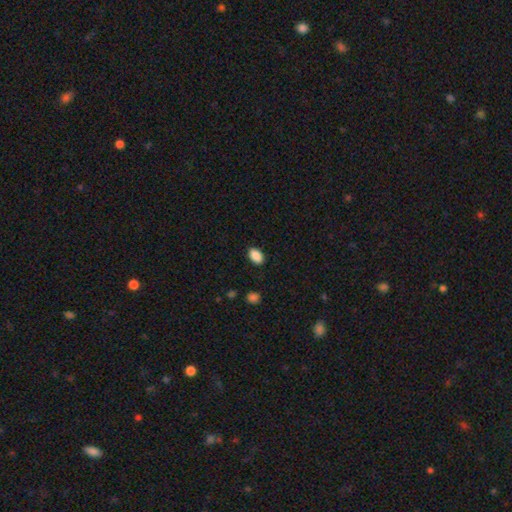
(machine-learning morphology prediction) Smooth or featured? Predicted: smooth (p=0.89). How rounded? Predicted: in between (p=0.91). Merging? Predicted: none (p=0.88).